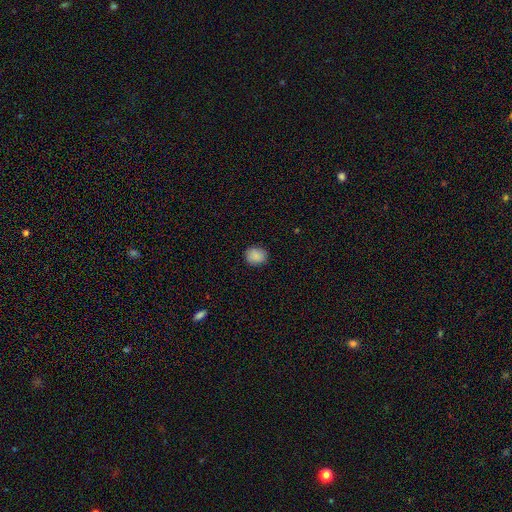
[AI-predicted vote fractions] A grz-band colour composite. It shows a smooth galaxy with no disk features (88%) that is round (63%). Merging: none (87%).